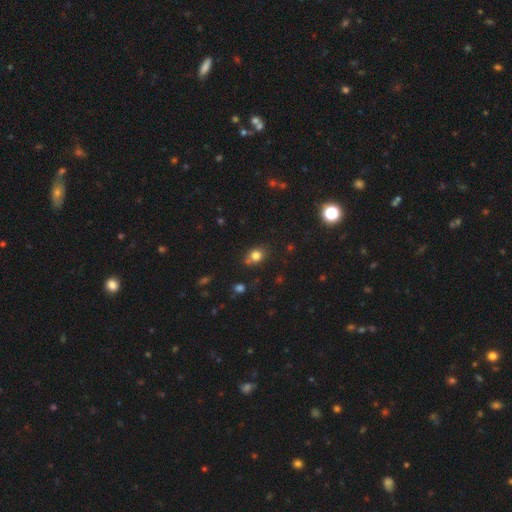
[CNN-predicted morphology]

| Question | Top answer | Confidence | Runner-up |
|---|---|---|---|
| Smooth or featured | smooth | 79% | star or artifact (13%) |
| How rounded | round | 61% | in between (38%) |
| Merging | none | 67% | minor disturbance (17%) |